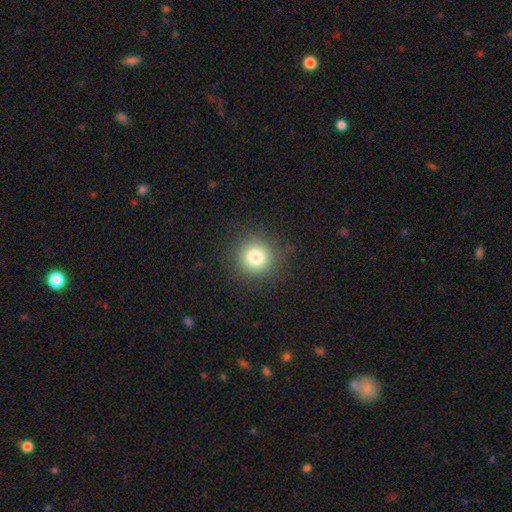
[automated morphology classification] smooth-or-featured: smooth: 80% | star or artifact: 13% | featured or disk: 7%
  how-rounded: round: 94% | in between: 5% | cigar-shaped: 1%
  merging: none: 90% | minor disturbance: 6% | major disturbance: 2% | merger: 1%